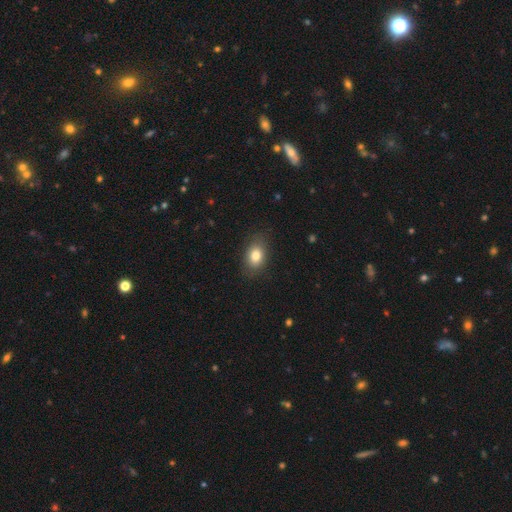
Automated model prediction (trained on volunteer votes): Smooth or featured? smooth (81%)
How rounded? in between (77%)
Merging? none (83%)